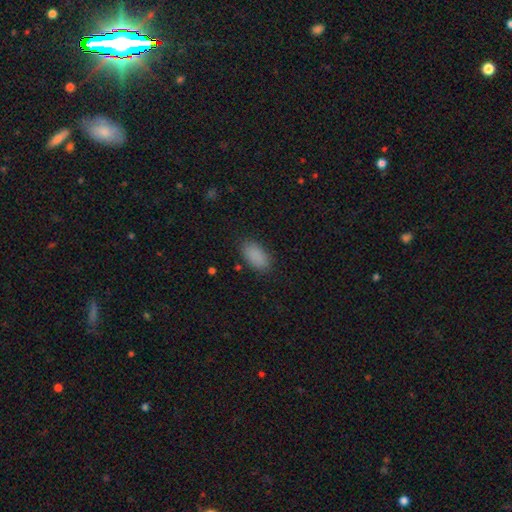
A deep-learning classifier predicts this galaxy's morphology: This appears to be a smooth galaxy with no disk features (88%) that is in between round and cigar-shaped (93%). Merging: none (85%).